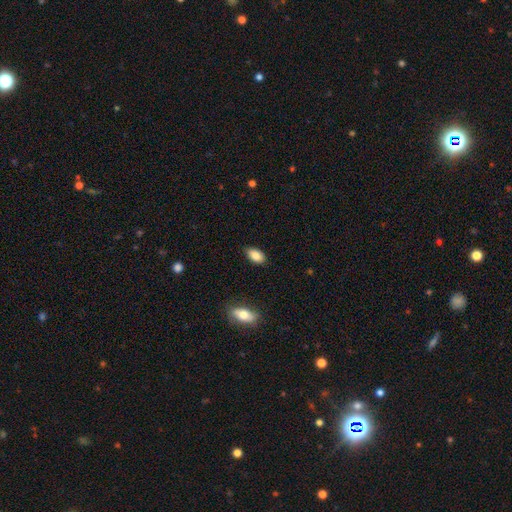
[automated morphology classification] Overall: smooth (86%). How rounded: in between (92%). Merging: none (84%).